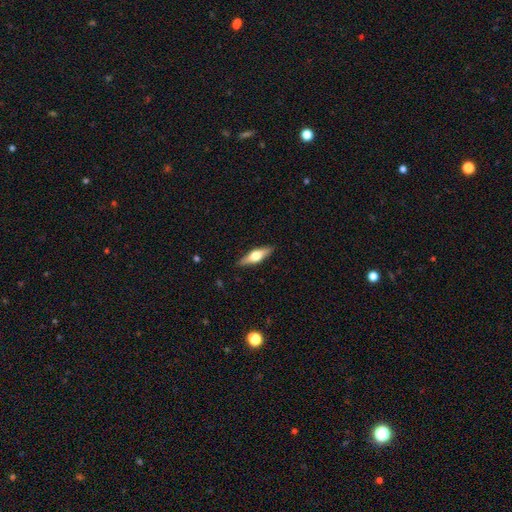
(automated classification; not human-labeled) Morphology: type=featured or disk (53%); edge-on=yes (93%); merging=none (88%).